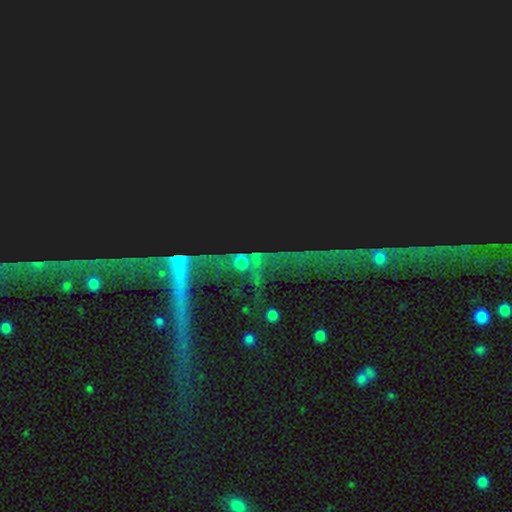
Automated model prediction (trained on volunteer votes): This appears to be a star or artifact, not a galaxy (63%).